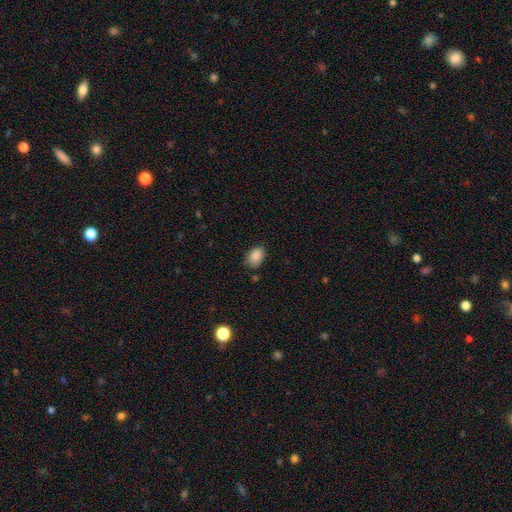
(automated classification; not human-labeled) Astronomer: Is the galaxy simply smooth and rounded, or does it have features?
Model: smooth — 88%.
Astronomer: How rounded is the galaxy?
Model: in between — 84%.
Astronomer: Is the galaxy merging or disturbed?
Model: none — 75%.